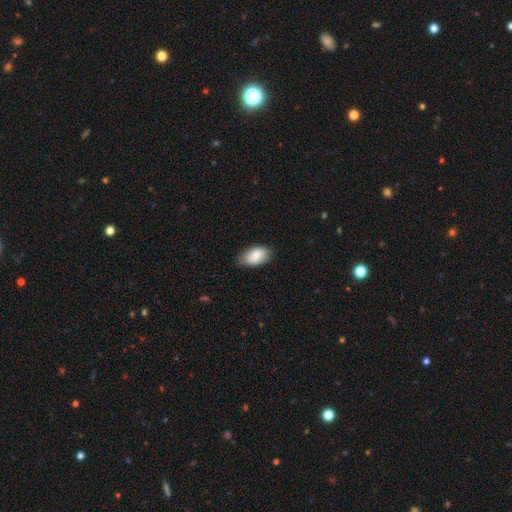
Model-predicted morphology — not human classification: Overall: smooth (82%). How rounded: in between (94%). Merging: none (78%).